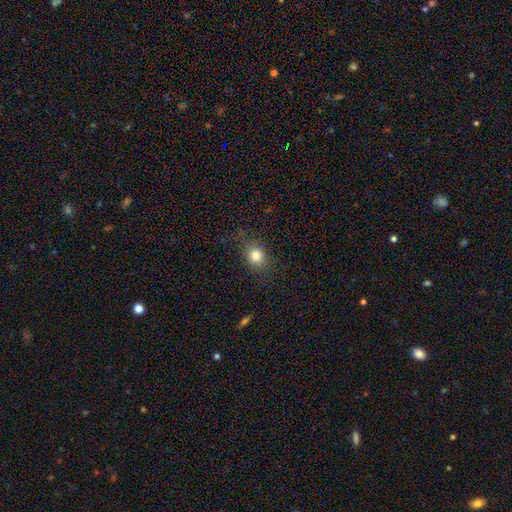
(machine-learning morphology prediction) Overall: smooth (81%). How rounded: round (57%; in between 42%). Merging: none (84%).